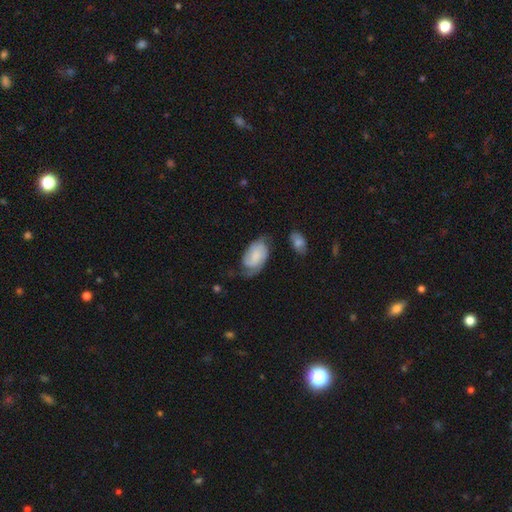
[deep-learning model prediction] featured or disk 60%, smooth 33%, star or artifact 7%. Down the decision tree: edge-on disk — no (96%); bar — no (57%); spiral arms — yes (91%); spiral arm count — 2 (70%); spiral winding — tight (43%); bulge size — small (33%); merging — none (52%).